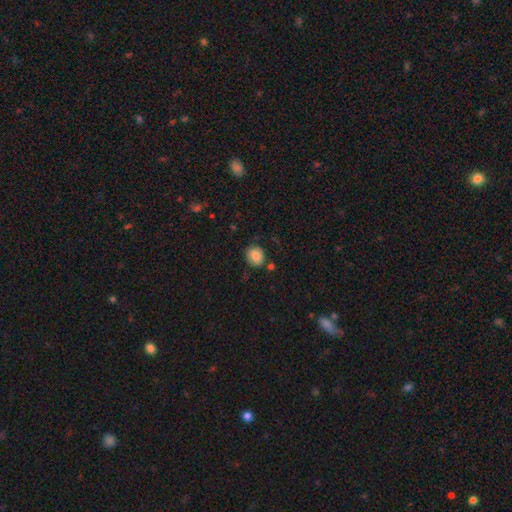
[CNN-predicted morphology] This appears to be a smooth galaxy with no disk features (83%) that is round (69%). Merging: none (78%).